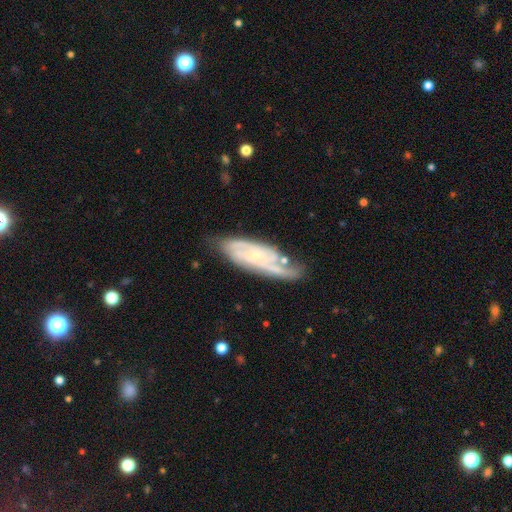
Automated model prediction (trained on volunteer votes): Overall: featured or disk (76%). Edge-on disk: no (85%). Bar: no (64%; weak 28%). Spiral arms: yes (91%). Spiral arm count: 2 (36%; can't tell 33%). Spiral winding: tight (51%; medium 36%). Bulge size: small (77%). Merging: none (65%).